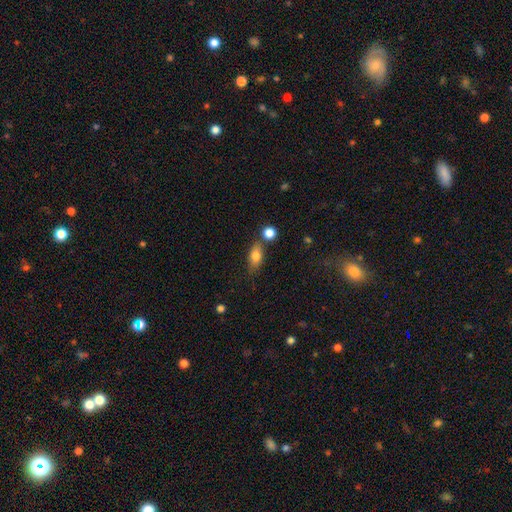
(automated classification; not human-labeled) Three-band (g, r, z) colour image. It shows a smooth galaxy with no disk features (77%) that is in between round and cigar-shaped (79%). Merging: none (65%).